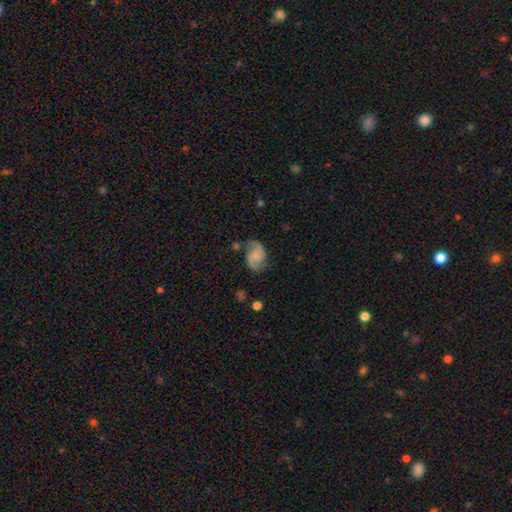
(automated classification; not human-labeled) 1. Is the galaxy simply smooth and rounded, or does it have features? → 75% featured or disk, 18% smooth, 7% star or artifact.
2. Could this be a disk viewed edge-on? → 98% no, 2% yes.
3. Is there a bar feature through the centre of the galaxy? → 63% no, 31% weak, 6% strong.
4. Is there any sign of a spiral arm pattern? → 95% yes, 5% no.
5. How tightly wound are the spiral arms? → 47% medium, 35% loose, 19% tight.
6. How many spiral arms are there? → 90% 2, 4% can't tell, 3% 1, 1% 3, 1% 4, 1% more than 4.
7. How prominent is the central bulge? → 47% none, 34% small, 14% moderate, 4% large, 2% dominant.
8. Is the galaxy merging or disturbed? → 64% none, 21% minor disturbance, 10% major disturbance, 5% merger.